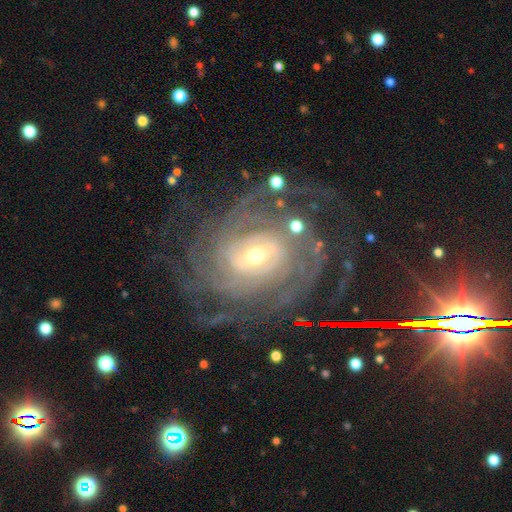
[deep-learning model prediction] The model was most divided on "bulge size": small: 52%, moderate: 42%, large: 3%, none: 1%, dominant: 1%. Remaining: spiral arms — yes (98%); edge-on disk — no (97%); smooth or featured — featured or disk (90%); spiral winding — tight (72%); merging — none (71%); bar — weak (46%); spiral arm count — can't tell (29%).